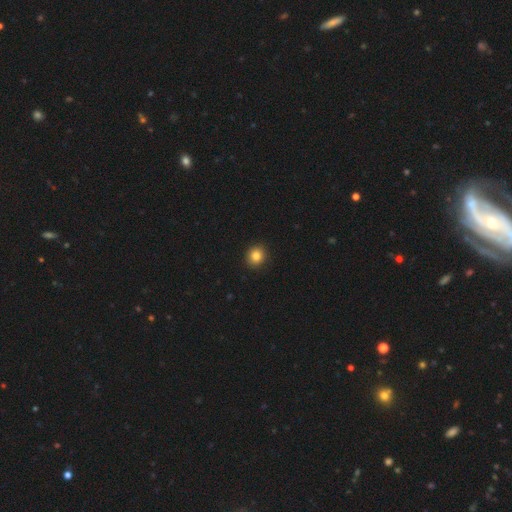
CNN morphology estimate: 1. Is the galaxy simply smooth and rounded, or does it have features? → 84% smooth, 11% star or artifact, 5% featured or disk.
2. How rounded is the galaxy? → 85% round, 14% in between, 1% cigar-shaped.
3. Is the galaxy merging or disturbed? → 92% none, 6% minor disturbance, 2% major disturbance, 1% merger.